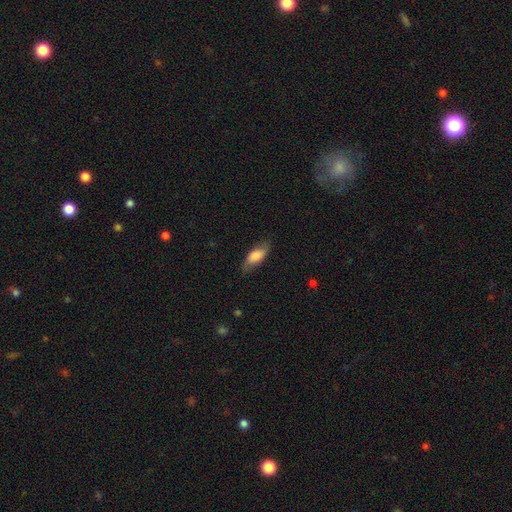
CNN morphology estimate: smooth-or-featured: smooth: 74% | featured or disk: 20% | star or artifact: 7%
  how-rounded: in between: 77% | cigar-shaped: 20% | round: 3%
  merging: none: 74% | minor disturbance: 20% | major disturbance: 5% | merger: 1%